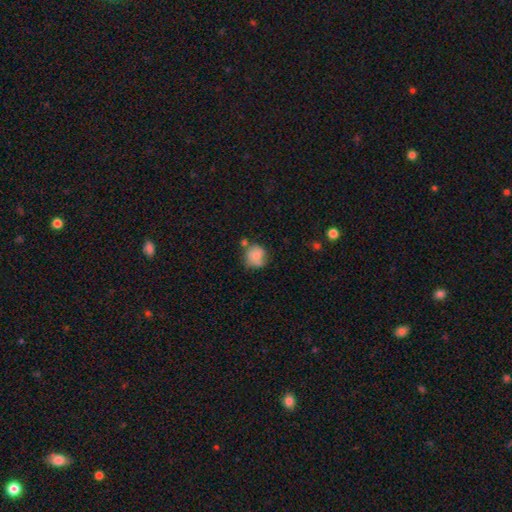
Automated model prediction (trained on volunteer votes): This appears to be a smooth galaxy with no disk features (70%) that is round (80%). Merging: none (51%).